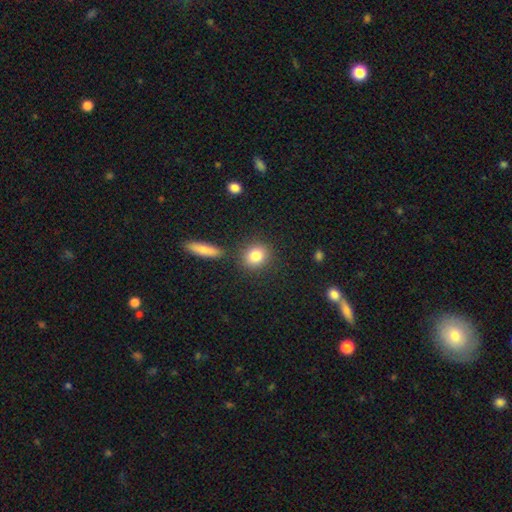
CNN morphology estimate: smooth 84%, star or artifact 9%, featured or disk 7%. Down the decision tree: how rounded — round (69%); merging — none (81%).